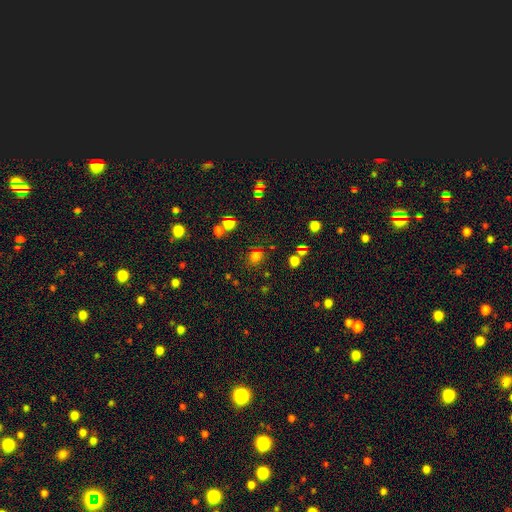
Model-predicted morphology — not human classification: Smooth or featured? Predicted: smooth (p=0.69). How rounded? Predicted: round (p=0.68). Merging? Predicted: none (p=0.78).